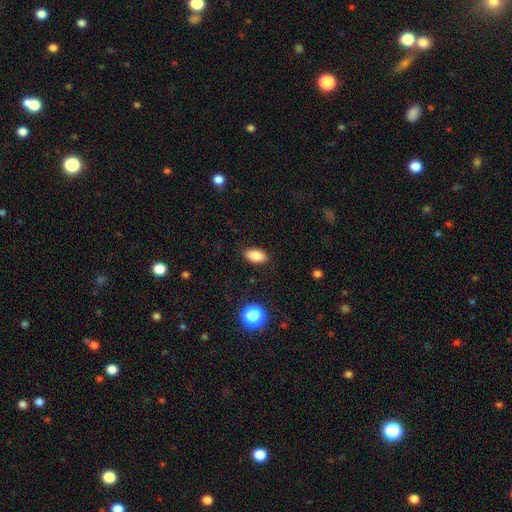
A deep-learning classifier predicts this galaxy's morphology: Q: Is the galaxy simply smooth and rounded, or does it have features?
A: smooth — 86%.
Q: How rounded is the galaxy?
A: in between — 89%.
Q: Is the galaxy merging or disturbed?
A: none — 88%.